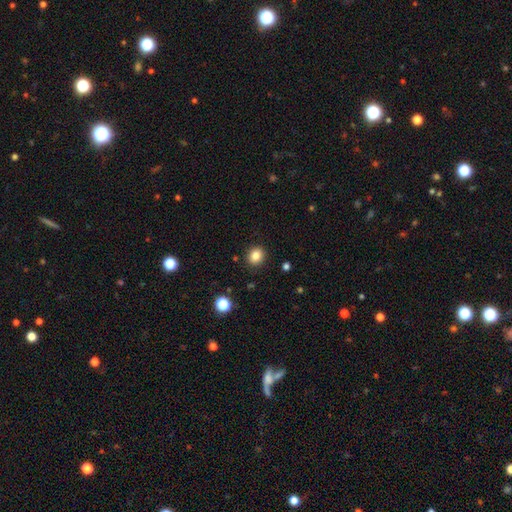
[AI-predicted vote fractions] The model was most divided on "how rounded": round: 74%, in between: 25%, cigar-shaped: 1%. More confident: merging — none (90%); smooth or featured — smooth (84%).